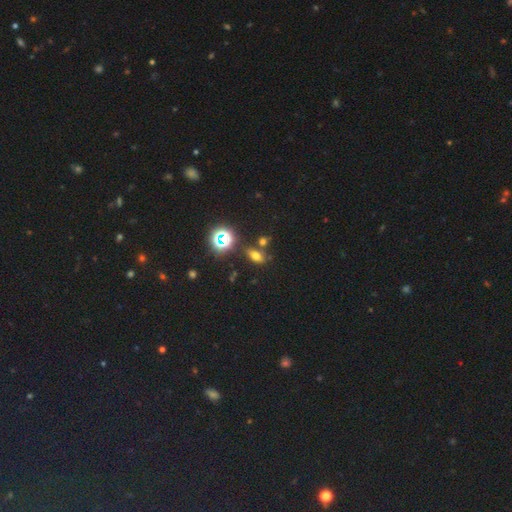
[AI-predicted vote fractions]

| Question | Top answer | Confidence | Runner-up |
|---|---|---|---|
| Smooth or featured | smooth | 61% | star or artifact (28%) |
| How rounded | in between | 74% | round (19%) |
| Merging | none | 72% | merger (13%) |